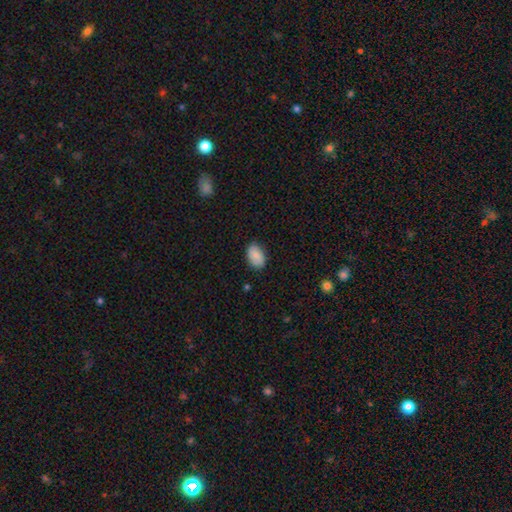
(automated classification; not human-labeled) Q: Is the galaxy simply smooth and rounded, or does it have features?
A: smooth — 86%.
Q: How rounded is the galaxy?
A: in between — 92%.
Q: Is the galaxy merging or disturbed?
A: none — 82%.